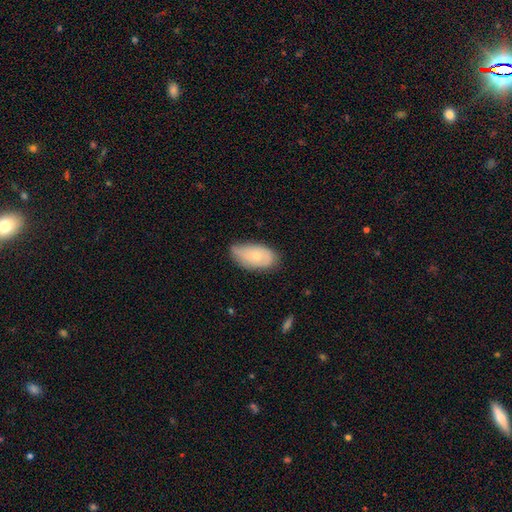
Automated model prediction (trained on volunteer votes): Overall: smooth (62%; featured or disk 31%). How rounded: in between (93%). Merging: none (54%; minor disturbance 37%).